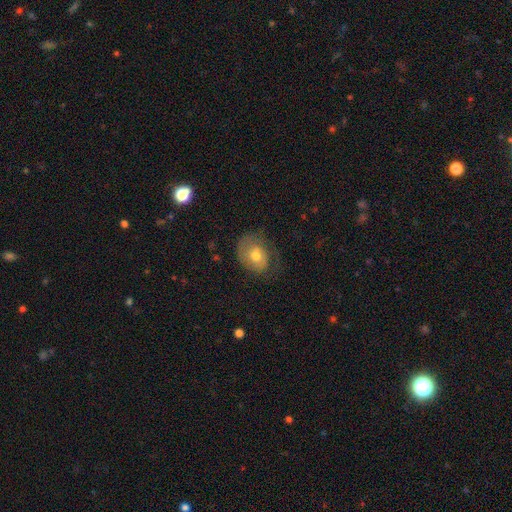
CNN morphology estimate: Smooth or featured: smooth — 56% (featured or disk — 35%)
How rounded: in between — 60% (round — 39%)
Merging: none — 50% (minor disturbance — 27%)